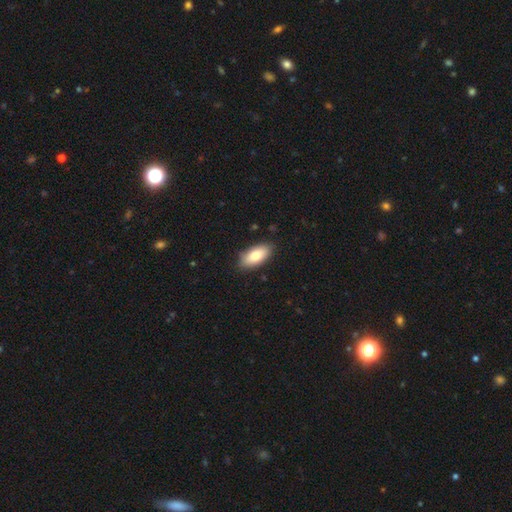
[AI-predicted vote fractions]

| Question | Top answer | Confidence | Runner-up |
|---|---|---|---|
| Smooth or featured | smooth | 81% | featured or disk (13%) |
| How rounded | in between | 90% | cigar-shaped (7%) |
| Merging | none | 85% | minor disturbance (11%) |